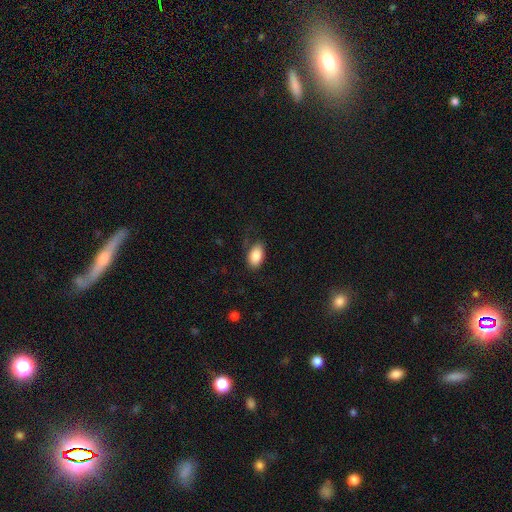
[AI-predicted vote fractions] smooth-or-featured: smooth: 87% | star or artifact: 7% | featured or disk: 6%
  how-rounded: in between: 93% | round: 6% | cigar-shaped: 2%
  merging: none: 77% | minor disturbance: 17% | major disturbance: 5% | merger: 1%